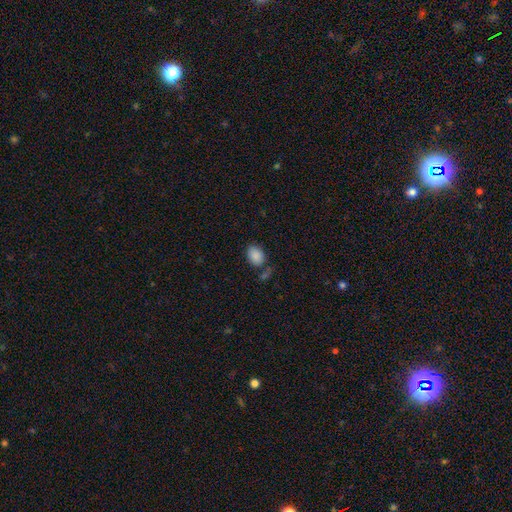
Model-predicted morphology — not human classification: Overall: smooth (87%). How rounded: in between (80%). Merging: none (66%).